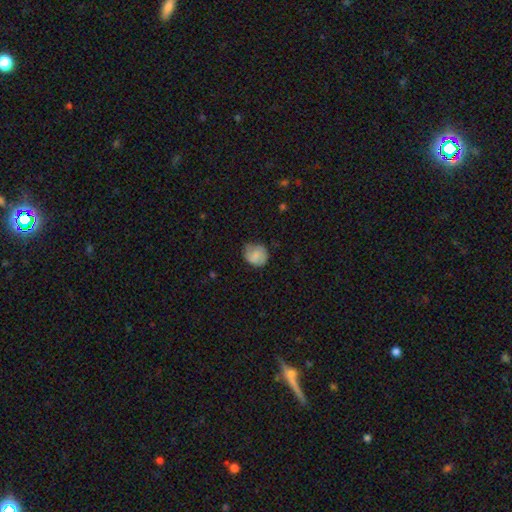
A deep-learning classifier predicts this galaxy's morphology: smooth_or_featured: smooth (p=0.76) [alt: featured or disk p=0.17]
how_rounded: round (p=0.76) [alt: in between p=0.23]
merging: none (p=0.62) [alt: minor disturbance p=0.29]